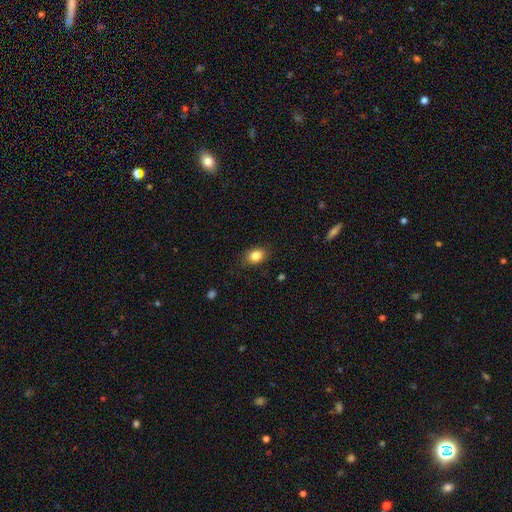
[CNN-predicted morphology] Smooth or featured? Predicted: smooth (p=0.84). How rounded? Predicted: in between (p=0.70). Merging? Predicted: none (p=0.83).